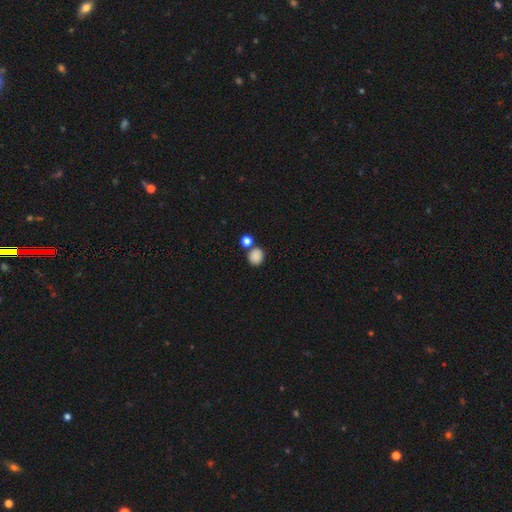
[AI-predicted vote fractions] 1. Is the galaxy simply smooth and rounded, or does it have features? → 86% smooth, 10% star or artifact, 4% featured or disk.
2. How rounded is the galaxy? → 77% round, 22% in between, 1% cigar-shaped.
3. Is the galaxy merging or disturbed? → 67% none, 20% merger, 10% minor disturbance, 3% major disturbance.